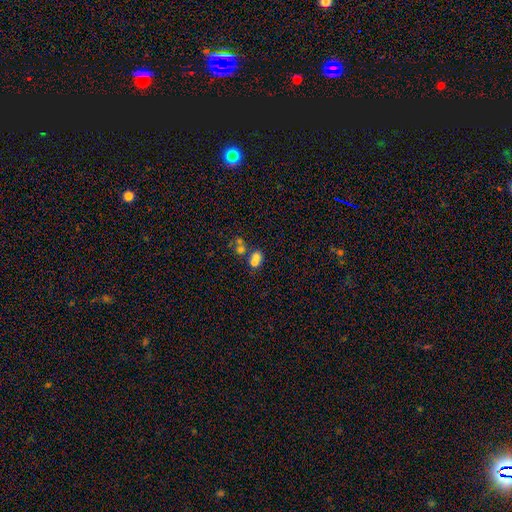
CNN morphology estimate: smooth_or_featured: smooth (p=0.49) [alt: star or artifact p=0.34]
merging: none (p=0.46) [alt: merger p=0.38]